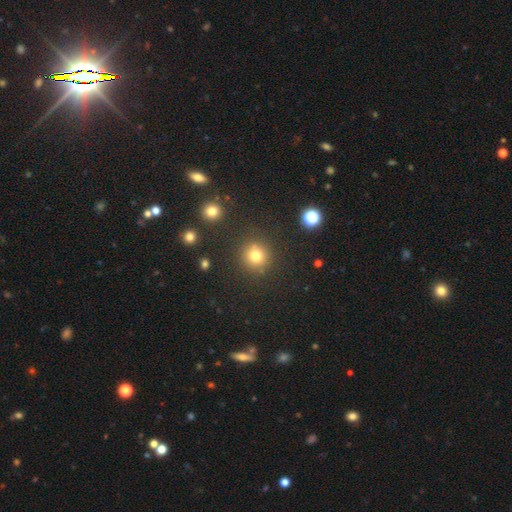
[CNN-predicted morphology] Overall: smooth (78%). How rounded: round (92%). Merging: none (86%).